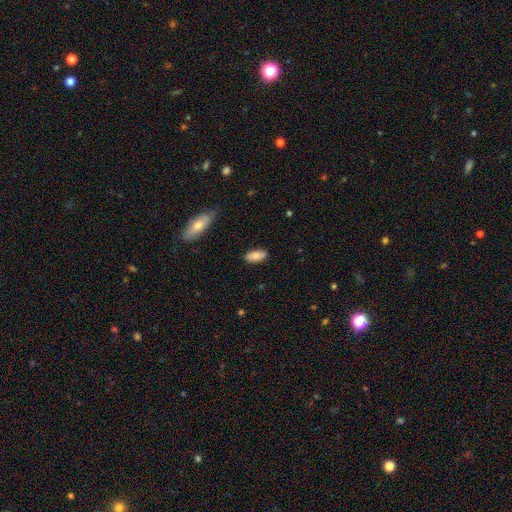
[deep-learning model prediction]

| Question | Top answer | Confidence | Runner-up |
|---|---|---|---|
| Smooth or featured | smooth | 80% | featured or disk (13%) |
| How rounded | in between | 88% | cigar-shaped (9%) |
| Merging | none | 84% | minor disturbance (12%) |